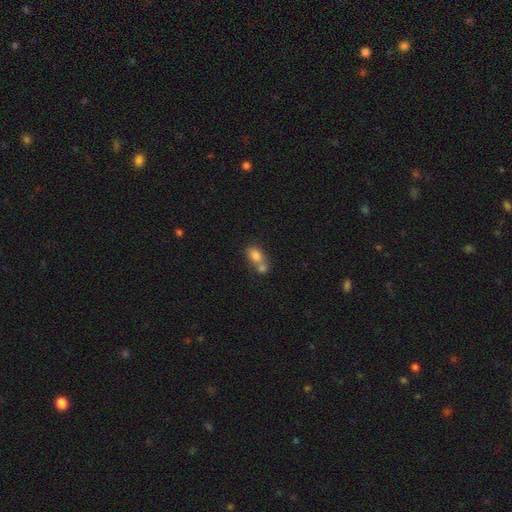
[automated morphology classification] This appears to be a smooth galaxy with no disk features (79%) that is in between round and cigar-shaped (72%). Merging: merger (59%).